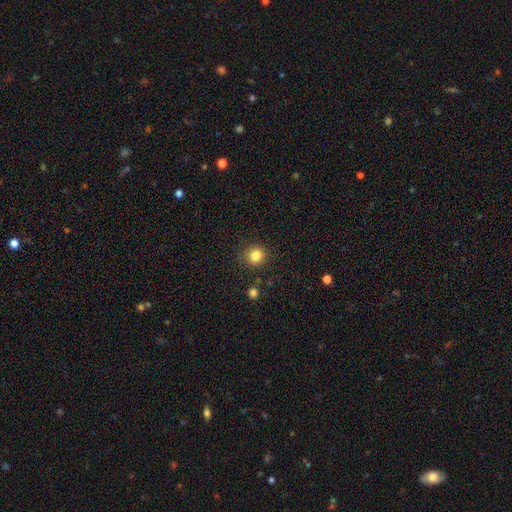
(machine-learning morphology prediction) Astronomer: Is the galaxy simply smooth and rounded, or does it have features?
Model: smooth — 83%.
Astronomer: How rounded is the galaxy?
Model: round — 90%.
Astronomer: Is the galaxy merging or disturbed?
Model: none — 88%.